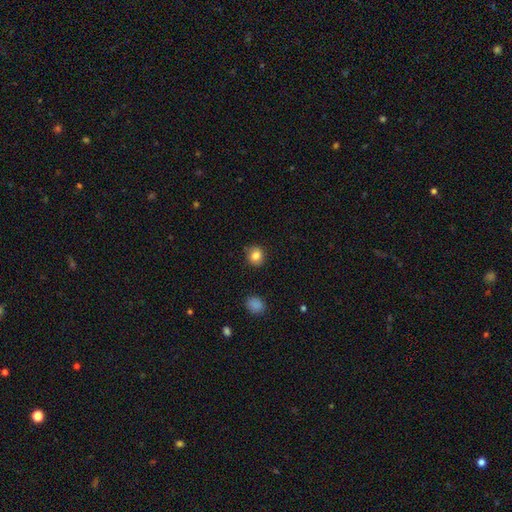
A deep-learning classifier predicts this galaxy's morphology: smooth-or-featured: smooth: 83% | star or artifact: 10% | featured or disk: 7%
  how-rounded: round: 85% | in between: 14% | cigar-shaped: 1%
  merging: none: 87% | minor disturbance: 9% | major disturbance: 2% | merger: 2%